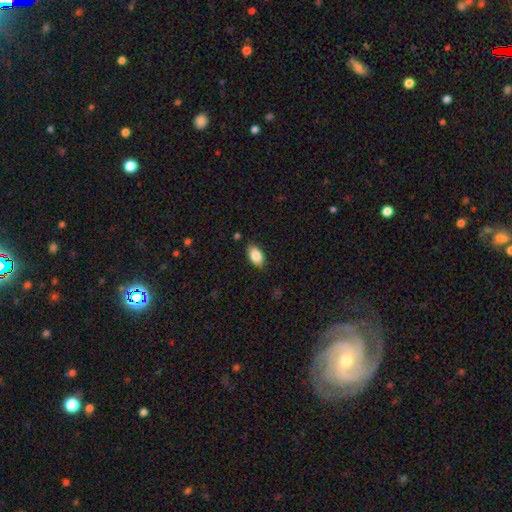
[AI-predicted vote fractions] smooth 86%, featured or disk 7%, star or artifact 7%. Down the decision tree: how rounded — in between (93%); merging — none (86%).